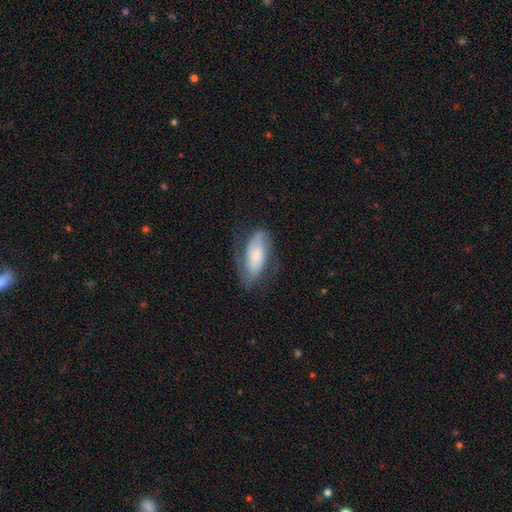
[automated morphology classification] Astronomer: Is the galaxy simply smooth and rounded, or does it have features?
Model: featured or disk — 67%.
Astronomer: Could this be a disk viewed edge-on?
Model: no — 92%.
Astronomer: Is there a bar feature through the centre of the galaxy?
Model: no — 57%.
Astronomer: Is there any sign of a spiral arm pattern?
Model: yes — 90%.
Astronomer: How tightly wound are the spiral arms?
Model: medium — 44% (runner-up: tight, 32%).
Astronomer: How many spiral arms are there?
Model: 2 — 77%.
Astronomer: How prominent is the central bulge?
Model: small — 38% (runner-up: moderate, 26%).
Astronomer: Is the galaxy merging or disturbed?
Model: none — 62%.